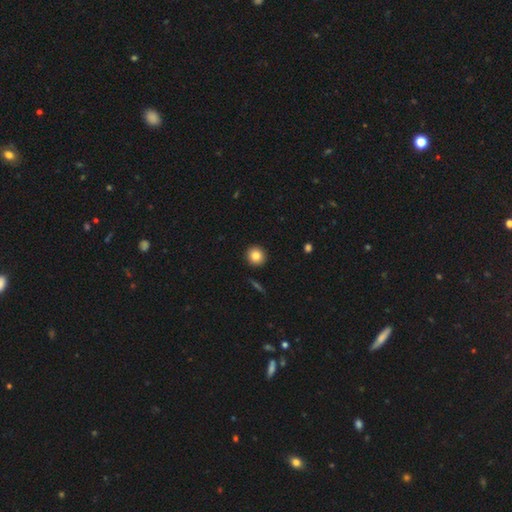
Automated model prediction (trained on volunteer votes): The model was most divided on "smooth or featured": smooth: 84%, star or artifact: 9%, featured or disk: 7%. More confident: how rounded — round (93%); merging — none (93%).